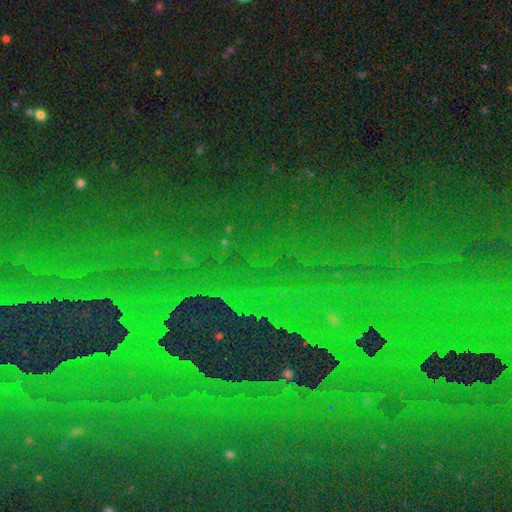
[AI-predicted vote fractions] smooth_or_featured: star or artifact (p=0.83) [alt: featured or disk p=0.09]